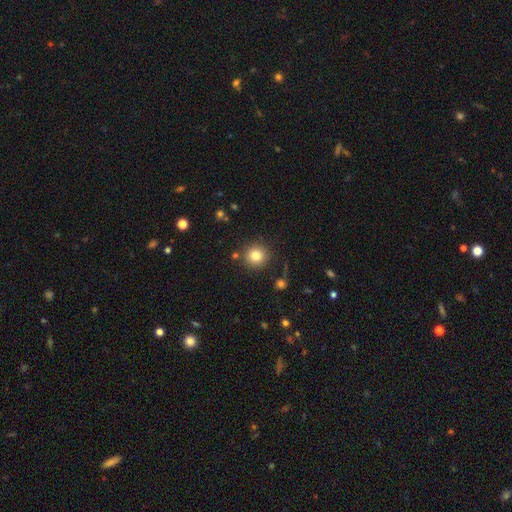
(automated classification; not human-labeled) Smooth or featured? Predicted: smooth (p=0.80). How rounded? Predicted: round (p=0.93). Merging? Predicted: none (p=0.86).